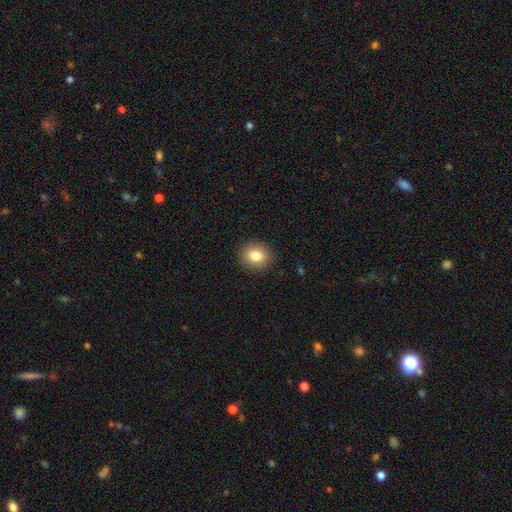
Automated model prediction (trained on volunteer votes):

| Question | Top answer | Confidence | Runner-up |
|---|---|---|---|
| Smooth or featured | smooth | 83% | star or artifact (9%) |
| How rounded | round | 69% | in between (30%) |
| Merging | none | 90% | minor disturbance (7%) |